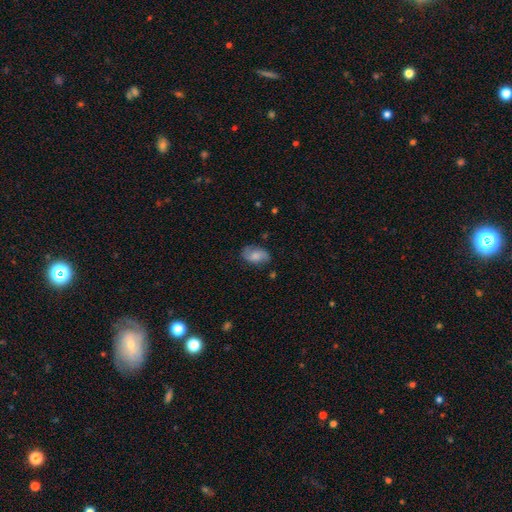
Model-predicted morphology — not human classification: smooth-or-featured: smooth: 50% | featured or disk: 42% | star or artifact: 8%
  how-rounded: in between: 88% | round: 10% | cigar-shaped: 2%
  merging: none: 72% | minor disturbance: 20% | major disturbance: 6% | merger: 2%